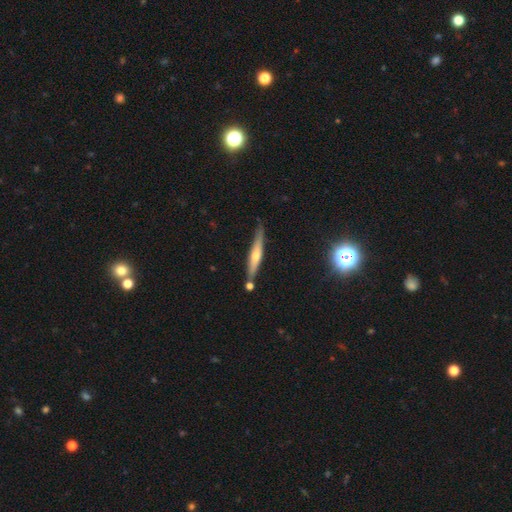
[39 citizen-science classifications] Smooth or featured: smooth — 46% (tied with featured or disk — 46%)
How rounded: cigar-shaped — 100%
Merging: none — 67% (merger — 22%)